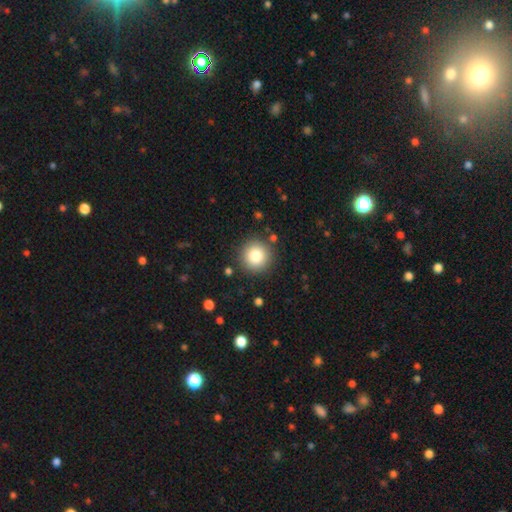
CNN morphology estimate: Smooth or featured? smooth (82%)
How rounded? round (95%)
Merging? none (88%)